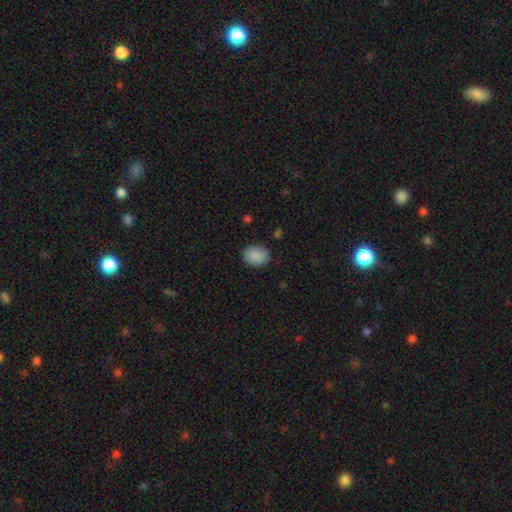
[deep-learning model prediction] smooth 88%, star or artifact 8%, featured or disk 4%. Down the decision tree: how rounded — in between (58%); merging — none (81%).